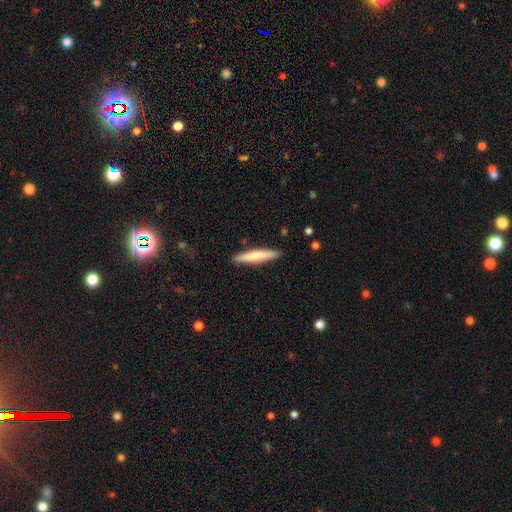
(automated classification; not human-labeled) Smooth or featured: smooth — 72% (featured or disk — 23%)
How rounded: cigar-shaped — 90% (in between — 8%)
Merging: none — 89% (minor disturbance — 8%)